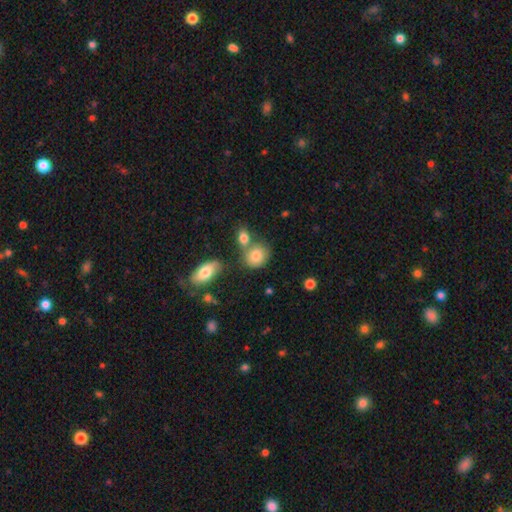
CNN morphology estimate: Overall: smooth (81%). How rounded: round (54%; in between 44%). Merging: none (55%; merger 28%).